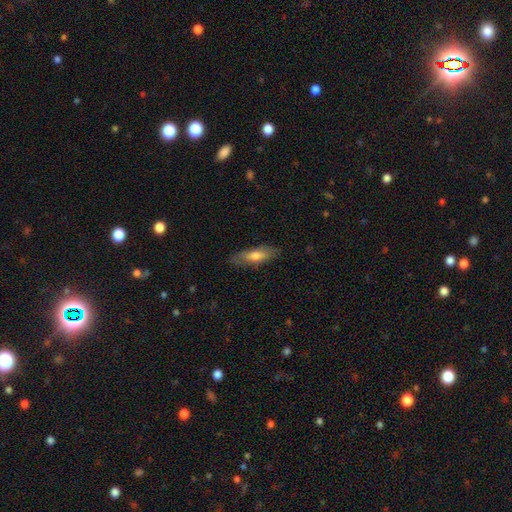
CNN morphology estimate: smooth_or_featured: smooth (p=0.60) [alt: featured or disk p=0.34]
how_rounded: in between (p=0.52) [alt: cigar-shaped p=0.45]
merging: none (p=0.80) [alt: minor disturbance p=0.15]